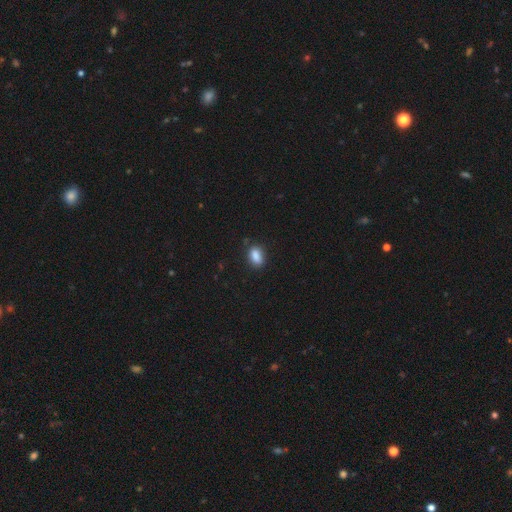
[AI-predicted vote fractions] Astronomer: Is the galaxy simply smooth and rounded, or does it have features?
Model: smooth — 87%.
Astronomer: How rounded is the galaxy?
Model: in between — 86%.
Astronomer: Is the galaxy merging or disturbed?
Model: none — 79%.